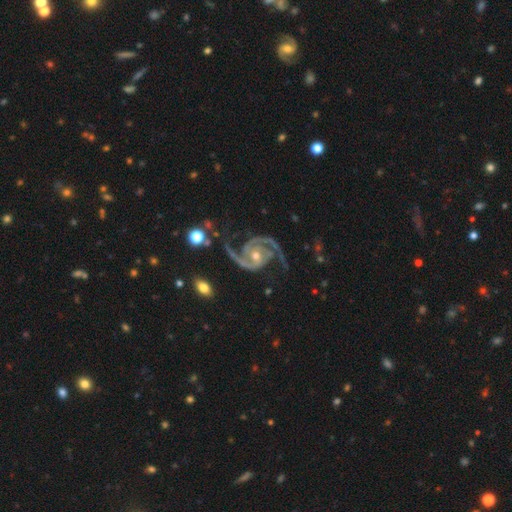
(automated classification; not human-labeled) A featured or disk galaxy (94%) with no bar (61%), 2 (90%) medium (62%) spiral arms (99%) and a moderate central bulge (52%). Merging: none (72%).